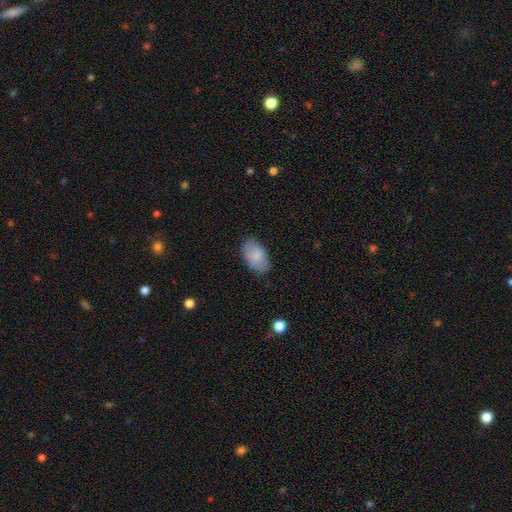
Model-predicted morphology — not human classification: This is clearly a smooth galaxy (84%). How rounded: clearly in between (93%). Merging: clearly none (81%).